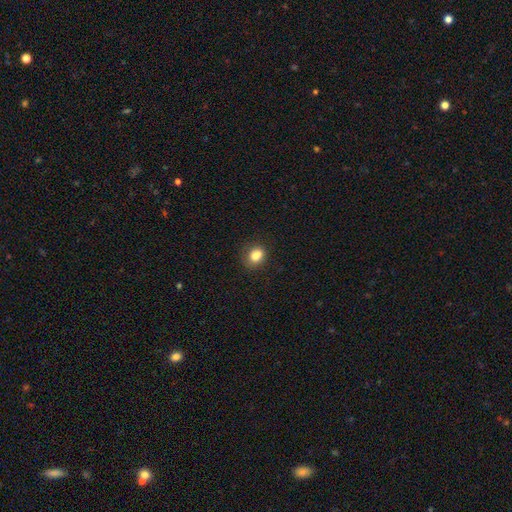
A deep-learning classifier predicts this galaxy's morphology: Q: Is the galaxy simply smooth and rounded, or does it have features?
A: smooth — 81%.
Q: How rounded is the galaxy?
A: round — 58%.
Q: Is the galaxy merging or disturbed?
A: none — 63%.